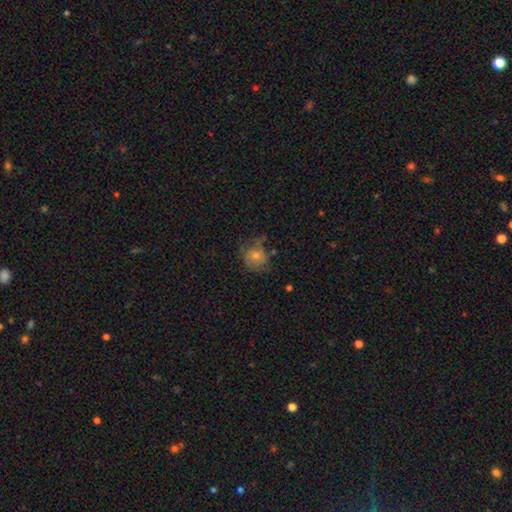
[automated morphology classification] The model was most divided on "smooth or featured": smooth: 49%, featured or disk: 37%, star or artifact: 14%. More confident: merging — none (59%).